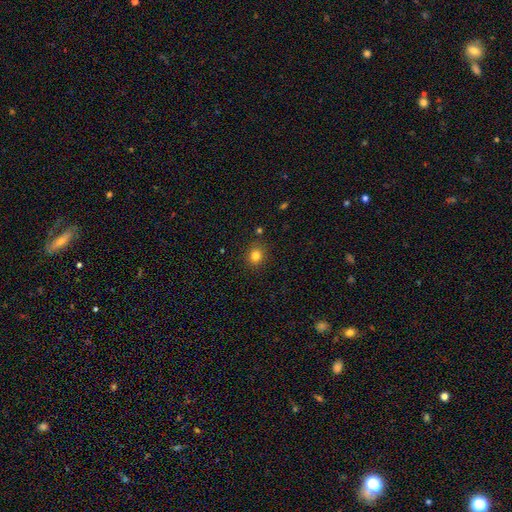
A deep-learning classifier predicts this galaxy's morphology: Smooth or featured?
  - smooth: 82% *
  - star or artifact: 13%
  - featured or disk: 6%
How rounded?
  - round: 76% *
  - in between: 23%
  - cigar-shaped: 1%
Merging?
  - none: 87% *
  - minor disturbance: 9%
  - major disturbance: 2%
  - merger: 2%